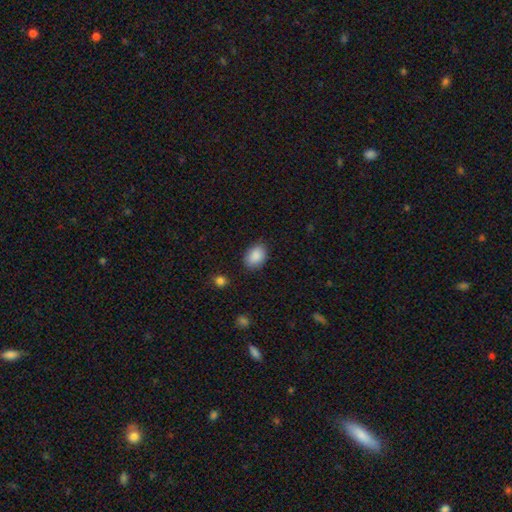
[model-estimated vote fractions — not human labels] Smooth or featured: smooth — 89% (star or artifact — 7%)
How rounded: in between — 78% (round — 21%)
Merging: none — 82% (minor disturbance — 13%)